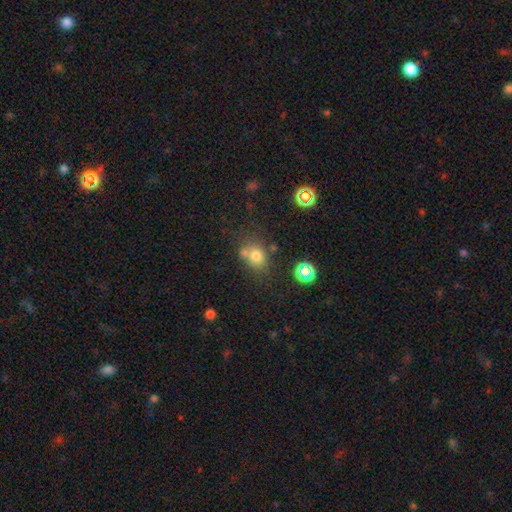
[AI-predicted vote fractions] This appears to be a smooth galaxy with no disk features (71%) that is round (58%). Merging: none (53%).